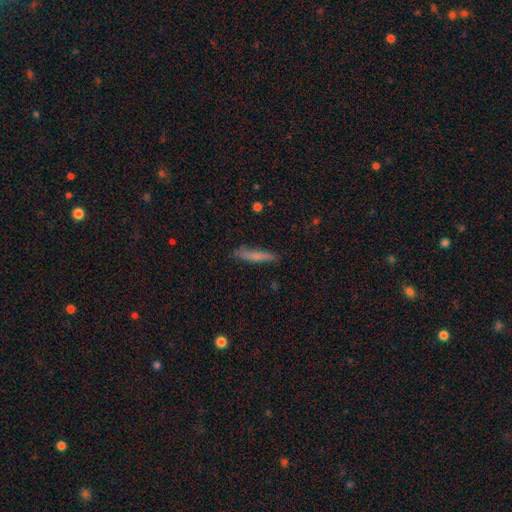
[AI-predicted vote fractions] Smooth or featured? smooth (69%)
How rounded? cigar-shaped (91%)
Merging? none (82%)